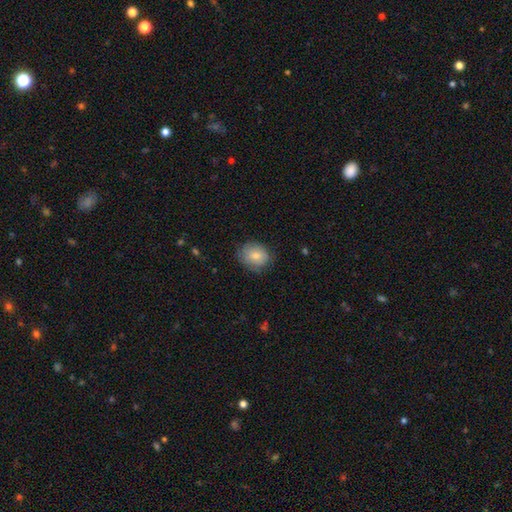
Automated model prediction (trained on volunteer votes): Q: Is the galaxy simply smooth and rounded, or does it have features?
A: smooth — 78%.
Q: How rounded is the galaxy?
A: round — 67%.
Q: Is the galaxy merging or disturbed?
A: none — 73%.